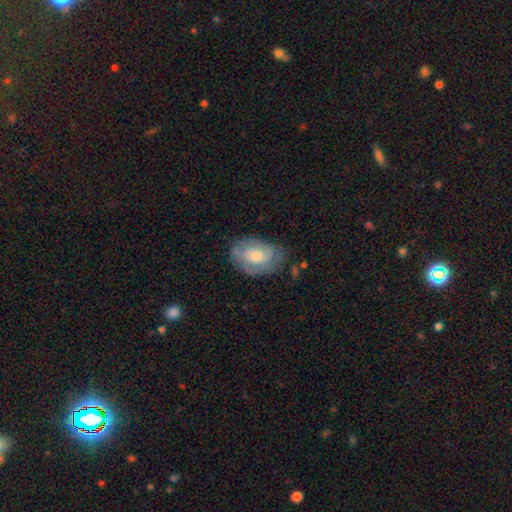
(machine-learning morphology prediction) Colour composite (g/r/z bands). It shows a featured or disk galaxy (58%) with no bar (70%), spiral arms (80%) and a moderate central bulge (57%). Merging: none (68%).